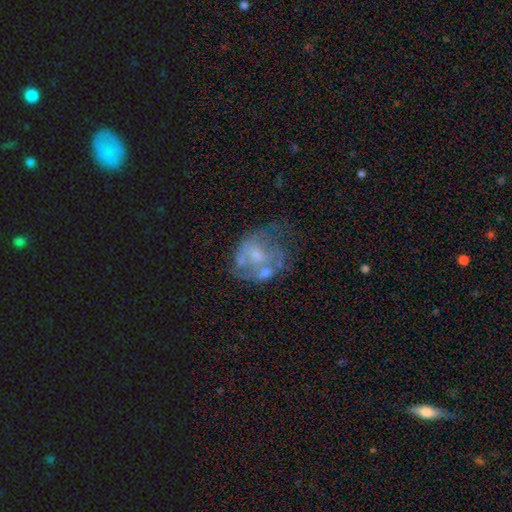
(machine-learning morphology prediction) A featured or disk galaxy (65%) with no bar (76%), no spiral arms (64%) and a moderate central bulge (41%).

Vote fractions:
- Smooth or featured? featured or disk: 65% / smooth: 25% / star or artifact: 10%
- Edge-on disk? no: 98% / yes: 2%
- Bar? no: 76% / weak: 21% / strong: 4%
- Spiral arms? no: 64% / yes: 36%
- Bulge size? moderate: 41% / small: 38% / none: 17% / large: 3% / dominant: 1%
- Merging? none: 32% / major disturbance: 28% / minor disturbance: 21% / merger: 20%